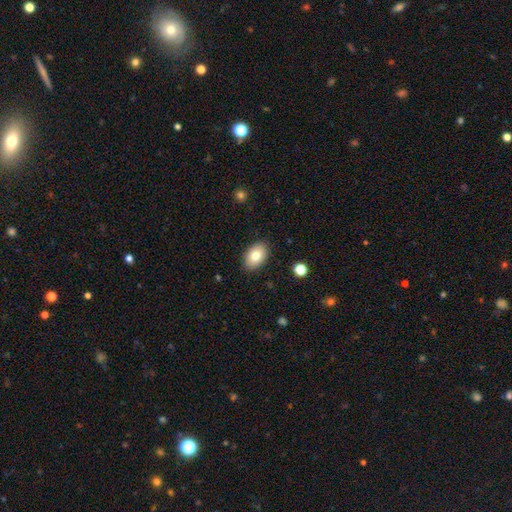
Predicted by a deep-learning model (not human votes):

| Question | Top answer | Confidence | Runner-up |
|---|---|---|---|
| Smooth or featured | smooth | 79% | featured or disk (14%) |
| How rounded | in between | 89% | round (10%) |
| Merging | none | 88% | minor disturbance (9%) |